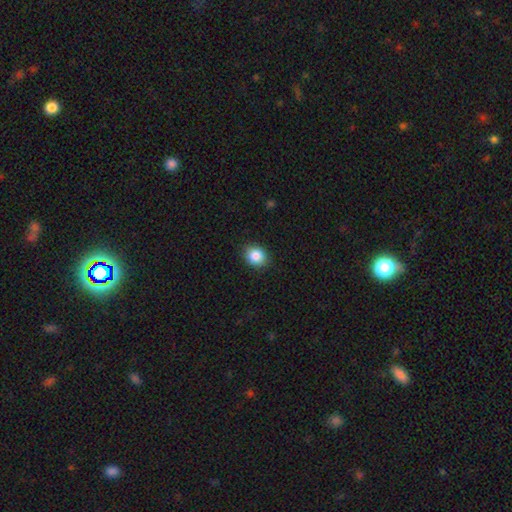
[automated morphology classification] smooth 87%, star or artifact 9%, featured or disk 4%. Down the decision tree: how rounded — round (61%); merging — none (88%).